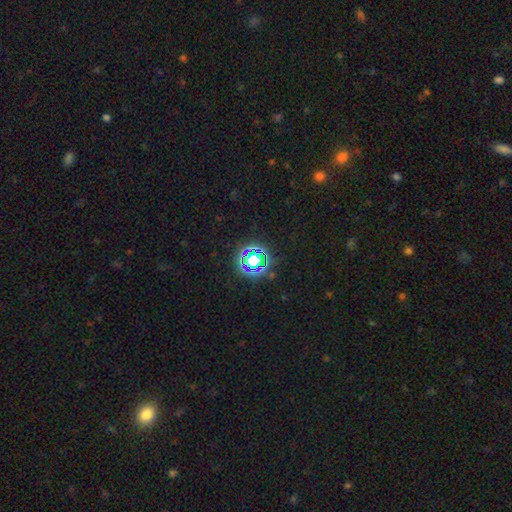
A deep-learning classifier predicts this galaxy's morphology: star or artifact 68%, smooth 20%, featured or disk 11%.